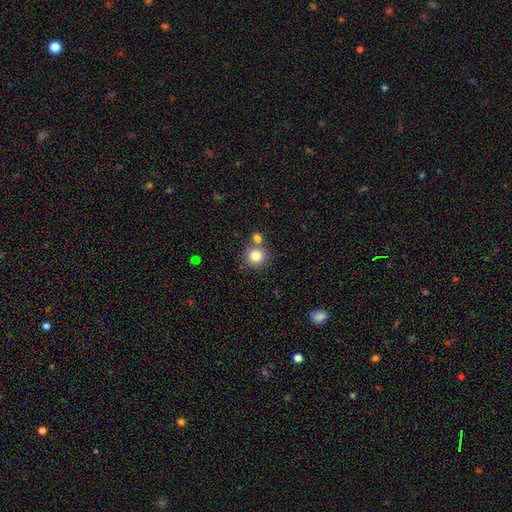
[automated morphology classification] smooth 83%, star or artifact 10%, featured or disk 7%. Down the decision tree: how rounded — round (91%); merging — none (67%).